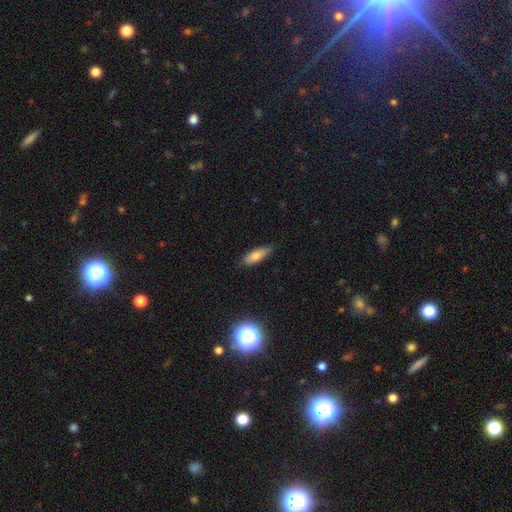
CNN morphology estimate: A smooth galaxy with no disk features (75%) that is in between round and cigar-shaped (64%).

Vote fractions:
- Smooth or featured? smooth: 75% / featured or disk: 17% / star or artifact: 8%
- How rounded? in between: 64% / cigar-shaped: 34% / round: 2%
- Merging? none: 79% / minor disturbance: 17% / major disturbance: 3% / merger: 1%